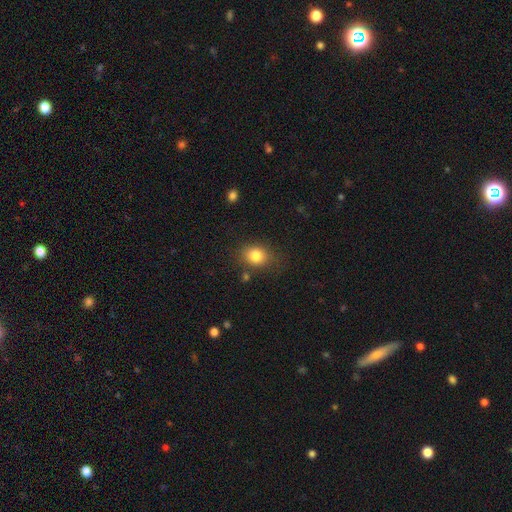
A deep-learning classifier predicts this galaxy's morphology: Q: Smooth or featured?
A: smooth (82%); runner-up: star or artifact (10%)
Q: How rounded?
A: round (53%); runner-up: in between (46%)
Q: Merging?
A: none (76%); runner-up: minor disturbance (15%)